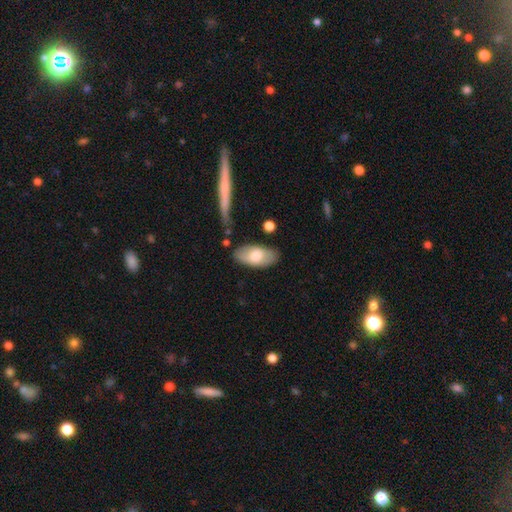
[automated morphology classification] The model was most divided on "smooth or featured": smooth: 69%, featured or disk: 26%, star or artifact: 5%. More confident: how rounded — in between (92%); merging — none (78%).